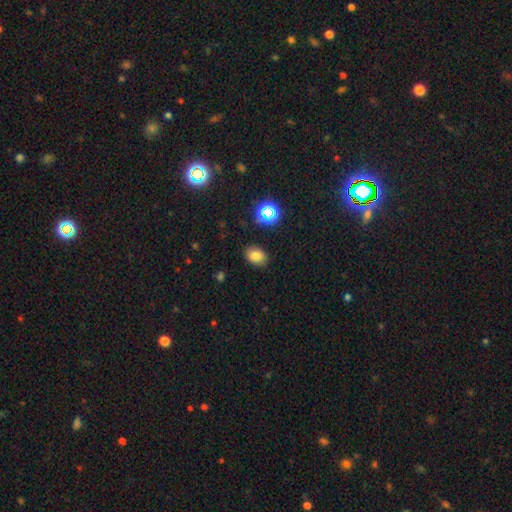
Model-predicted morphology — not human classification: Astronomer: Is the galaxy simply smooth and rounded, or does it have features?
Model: smooth — 77%.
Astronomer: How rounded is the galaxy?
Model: in between — 71%.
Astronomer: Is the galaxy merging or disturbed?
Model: none — 86%.